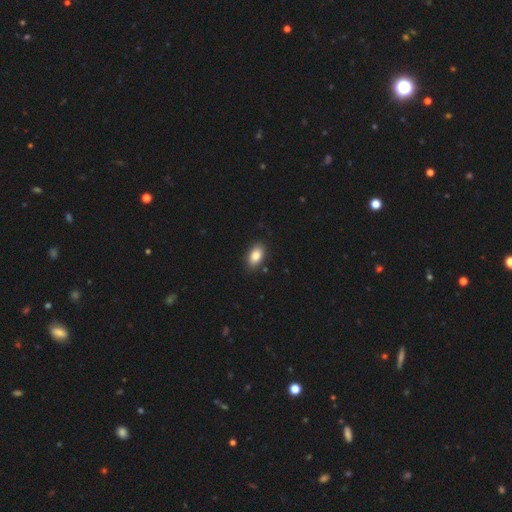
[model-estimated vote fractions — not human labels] Morphology: type=smooth (84%); roundness=in between (91%); merging=none (87%).